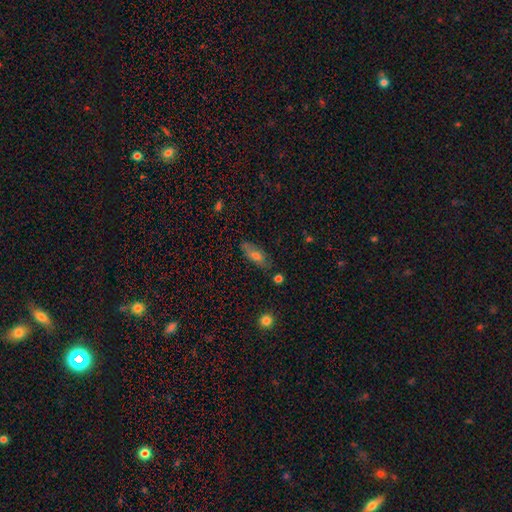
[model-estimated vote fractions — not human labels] Q: Smooth or featured?
A: smooth (66%); runner-up: featured or disk (25%)
Q: How rounded?
A: in between (74%); runner-up: cigar-shaped (22%)
Q: Merging?
A: none (76%); runner-up: minor disturbance (17%)